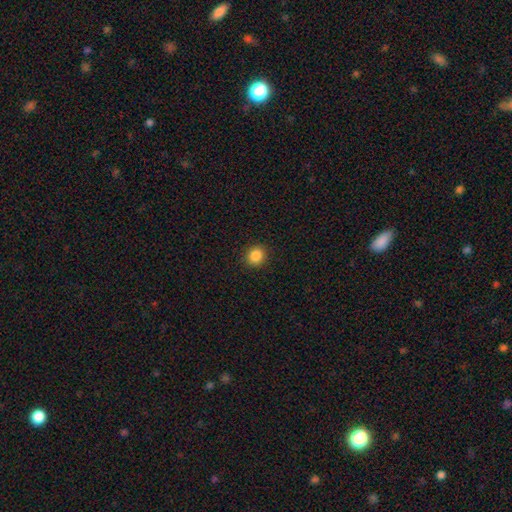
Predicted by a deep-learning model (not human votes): A smooth galaxy with no disk features (86%) that is round (83%). Merging: none (92%).